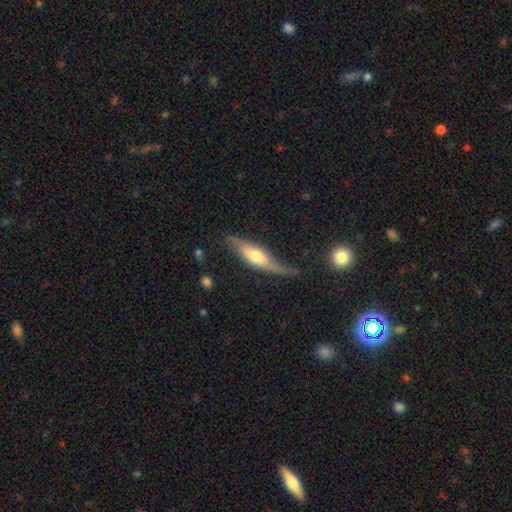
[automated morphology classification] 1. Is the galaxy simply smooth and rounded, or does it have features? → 59% featured or disk, 35% smooth, 6% star or artifact.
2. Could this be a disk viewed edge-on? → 63% yes, 37% no.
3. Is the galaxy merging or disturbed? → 52% none, 30% minor disturbance, 15% major disturbance, 3% merger.